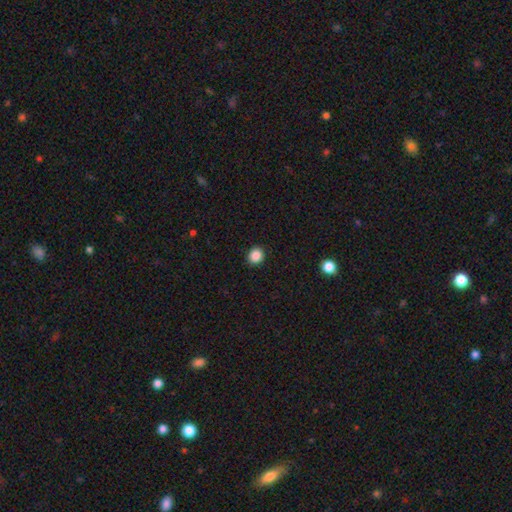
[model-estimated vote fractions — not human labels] Morphology: type=smooth (87%); roundness=round (83%); merging=none (91%).